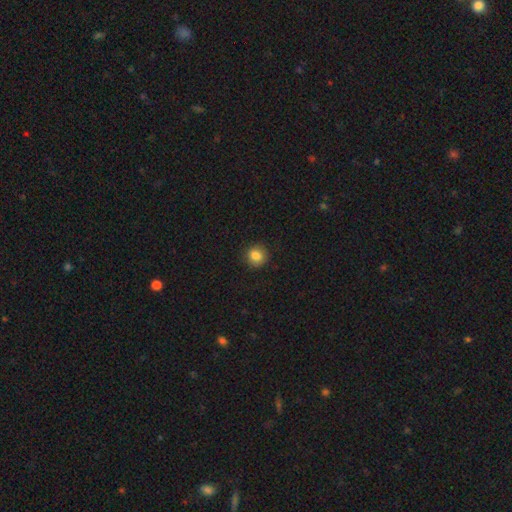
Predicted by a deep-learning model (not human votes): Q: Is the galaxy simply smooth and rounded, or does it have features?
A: smooth — 84%.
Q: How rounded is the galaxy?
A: round — 83%.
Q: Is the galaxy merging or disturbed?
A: none — 89%.